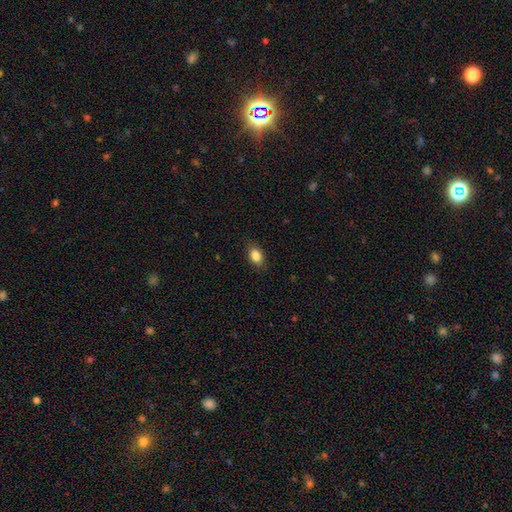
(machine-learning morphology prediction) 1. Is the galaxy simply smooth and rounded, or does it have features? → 86% smooth, 8% star or artifact, 6% featured or disk.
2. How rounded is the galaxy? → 83% in between, 15% round, 2% cigar-shaped.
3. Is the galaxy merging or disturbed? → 85% none, 11% minor disturbance, 3% major disturbance, 1% merger.